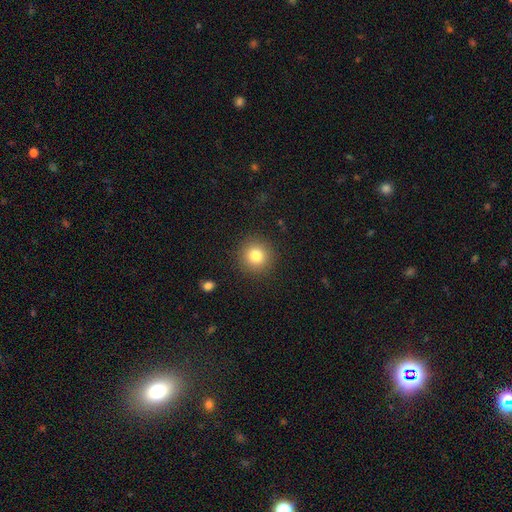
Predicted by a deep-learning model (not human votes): The model was most divided on "smooth or featured": smooth: 82%, star or artifact: 11%, featured or disk: 8%. More confident: how rounded — round (94%); merging — none (90%).